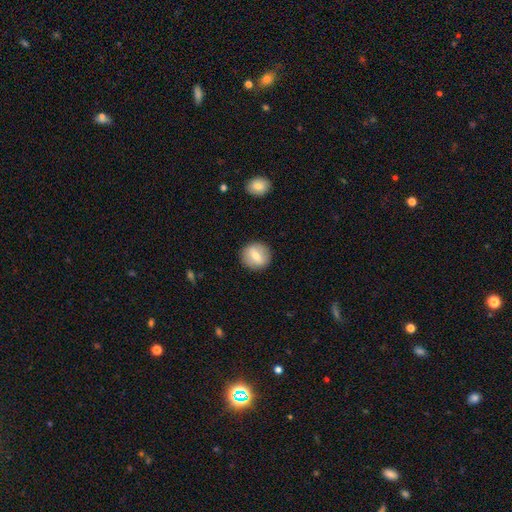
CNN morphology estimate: A smooth galaxy with no disk features (61%) that is round (84%).

Vote fractions:
- Smooth or featured? smooth: 61% / featured or disk: 31% / star or artifact: 8%
- How rounded? round: 84% / in between: 14% / cigar-shaped: 2%
- Merging? none: 88% / minor disturbance: 8% / major disturbance: 2% / merger: 1%